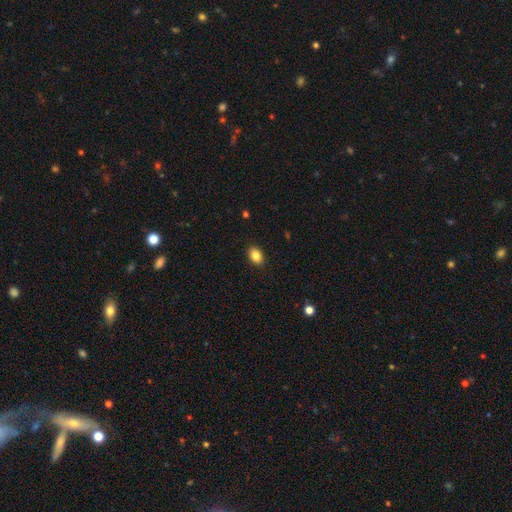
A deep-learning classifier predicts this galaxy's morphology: smooth_or_featured: smooth (p=0.86) [alt: star or artifact p=0.09]
how_rounded: in between (p=0.83) [alt: round p=0.16]
merging: none (p=0.89) [alt: minor disturbance p=0.08]